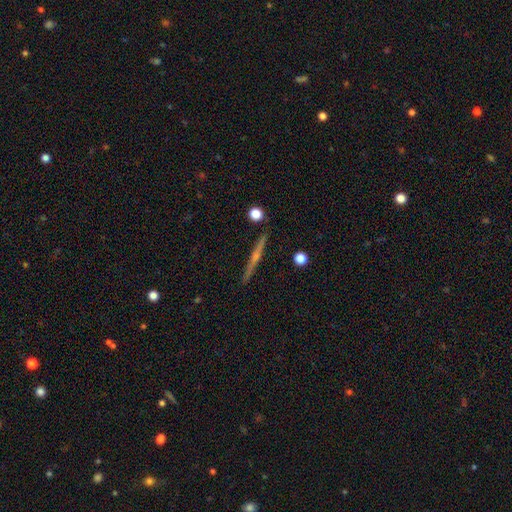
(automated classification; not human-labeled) smooth_or_featured: featured or disk (p=0.76) [alt: smooth p=0.17]
disk_edge_on: yes (p=0.98) [alt: no p=0.02]
edge_on_bulge: rounded (p=0.77) [alt: none p=0.18]
merging: none (p=0.91) [alt: minor disturbance p=0.06]